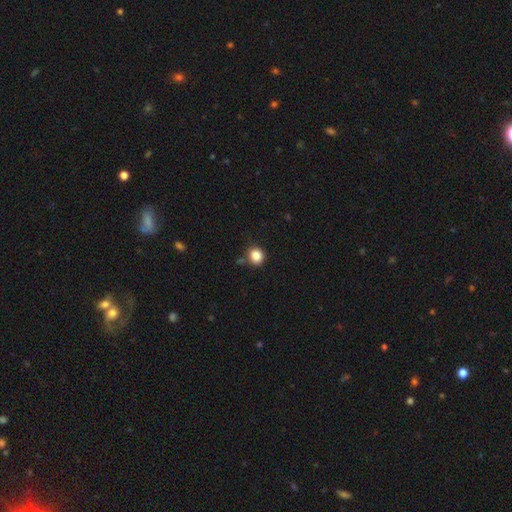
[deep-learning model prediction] Overall: smooth (86%). How rounded: round (82%). Merging: none (79%).